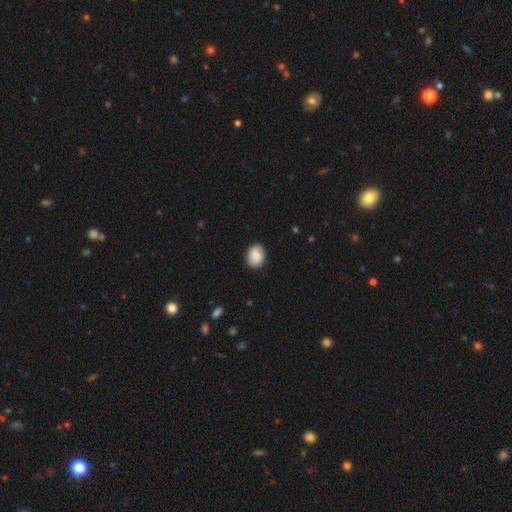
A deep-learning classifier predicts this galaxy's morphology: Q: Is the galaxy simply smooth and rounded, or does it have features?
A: smooth — 79%.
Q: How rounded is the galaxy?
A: in between — 52%.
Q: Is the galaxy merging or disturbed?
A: none — 84%.